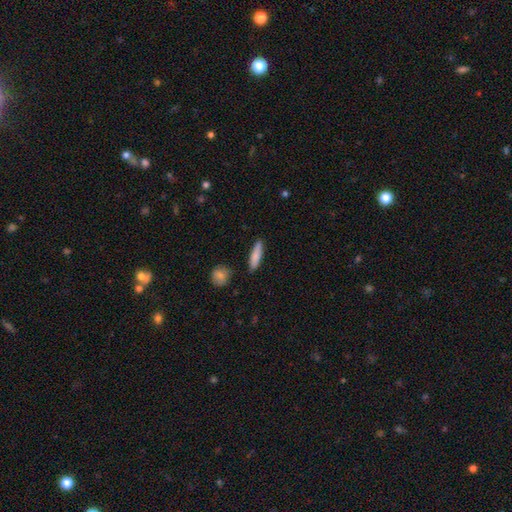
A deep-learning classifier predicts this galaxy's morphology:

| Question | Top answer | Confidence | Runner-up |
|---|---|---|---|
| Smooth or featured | smooth | 83% | featured or disk (11%) |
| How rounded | cigar-shaped | 77% | in between (22%) |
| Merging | none | 87% | minor disturbance (9%) |